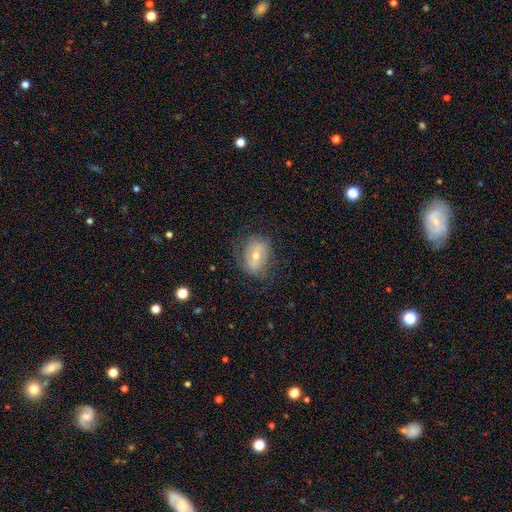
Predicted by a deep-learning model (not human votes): Morphology: type=featured or disk (54%); edge-on=no (94%); bar=no (40%); spiral arms=yes (57%); bulge=moderate (54%); merging=none (67%).